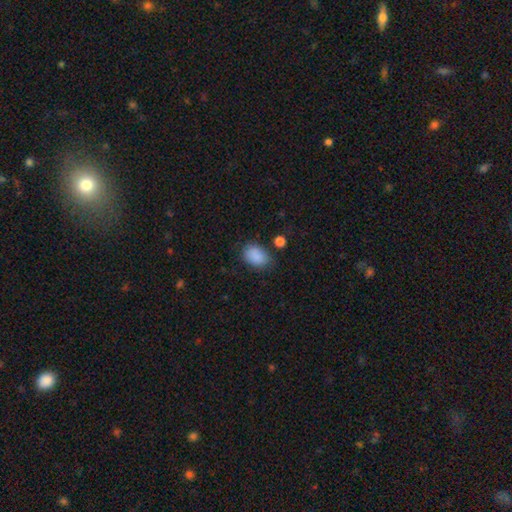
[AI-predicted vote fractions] Smooth or featured? smooth (88%)
How rounded? in between (78%)
Merging? none (73%)